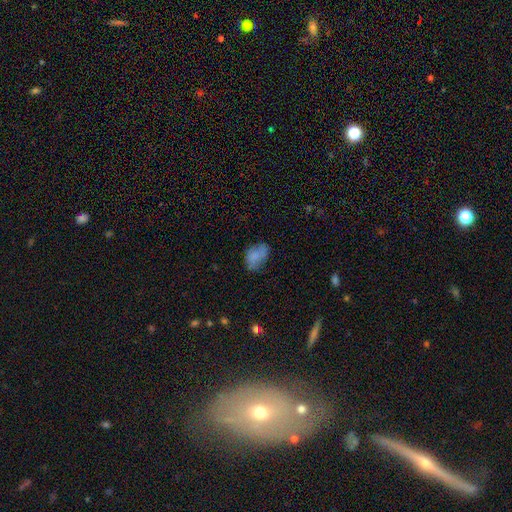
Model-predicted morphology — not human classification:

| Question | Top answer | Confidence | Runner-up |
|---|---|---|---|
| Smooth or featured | smooth | 75% | featured or disk (15%) |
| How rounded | in between | 84% | round (14%) |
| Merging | none | 55% | minor disturbance (30%) |